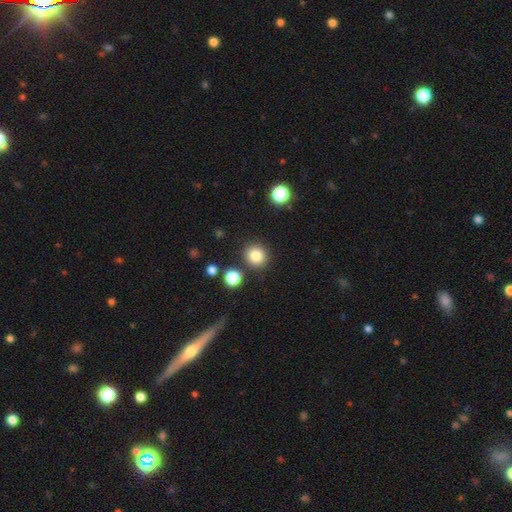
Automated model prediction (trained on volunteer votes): Smooth or featured: smooth — 83% (star or artifact — 11%)
How rounded: round — 88% (in between — 11%)
Merging: none — 86% (minor disturbance — 7%)